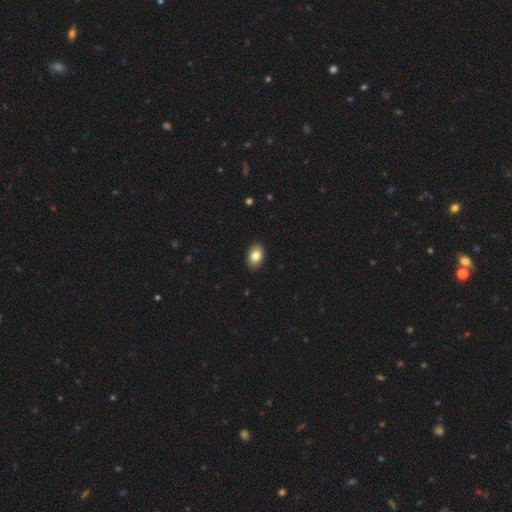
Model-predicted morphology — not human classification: type=smooth (83%); roundness=in between (84%); merging=none (90%).